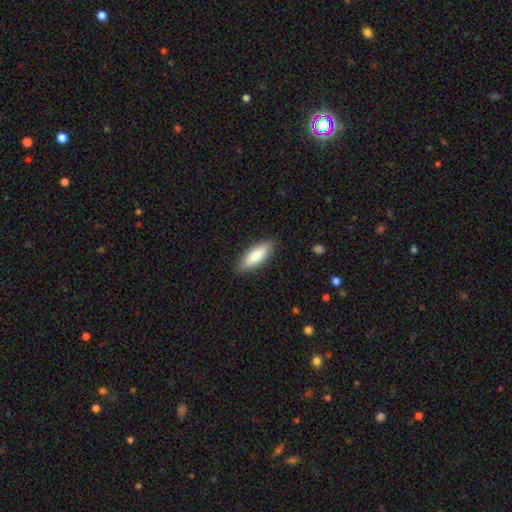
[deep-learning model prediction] Smooth or featured? Predicted: smooth (p=0.84). How rounded? Predicted: in between (p=0.67). Merging? Predicted: none (p=0.87).